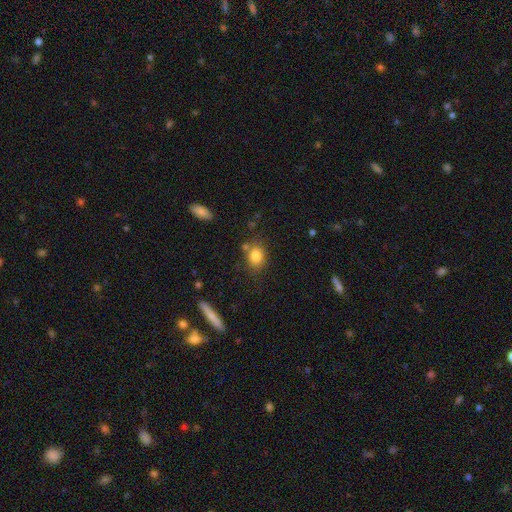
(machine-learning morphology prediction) smooth-or-featured: smooth: 82% | star or artifact: 10% | featured or disk: 8%
  how-rounded: in between: 54% | round: 44% | cigar-shaped: 2%
  merging: none: 72% | minor disturbance: 14% | merger: 9% | major disturbance: 5%